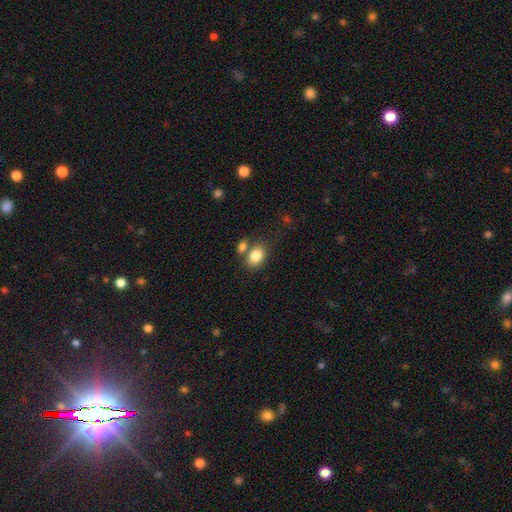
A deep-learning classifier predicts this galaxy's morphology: This is clearly a smooth galaxy (84%). How rounded: likely in between (76%). Merging: possibly none (57%).